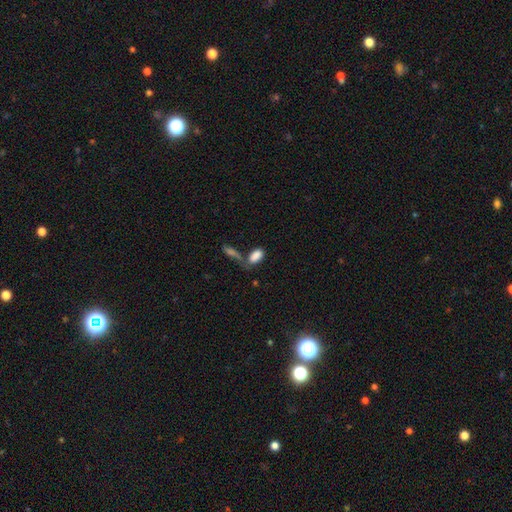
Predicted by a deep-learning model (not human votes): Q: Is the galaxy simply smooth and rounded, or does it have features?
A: smooth — 85%.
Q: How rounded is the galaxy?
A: in between — 90%.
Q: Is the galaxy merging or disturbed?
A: none — 43%.